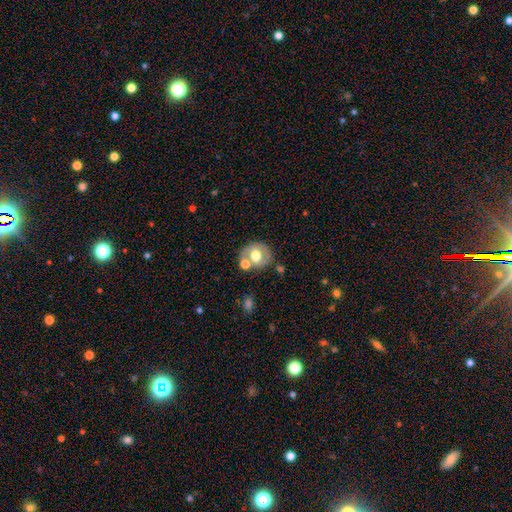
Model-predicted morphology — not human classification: A smooth galaxy with no disk features (53%) that is round (72%).

Vote fractions:
- Smooth or featured? smooth: 53% / featured or disk: 39% / star or artifact: 8%
- How rounded? round: 72% / in between: 27% / cigar-shaped: 1%
- Merging? none: 60% / merger: 20% / minor disturbance: 15% / major disturbance: 5%